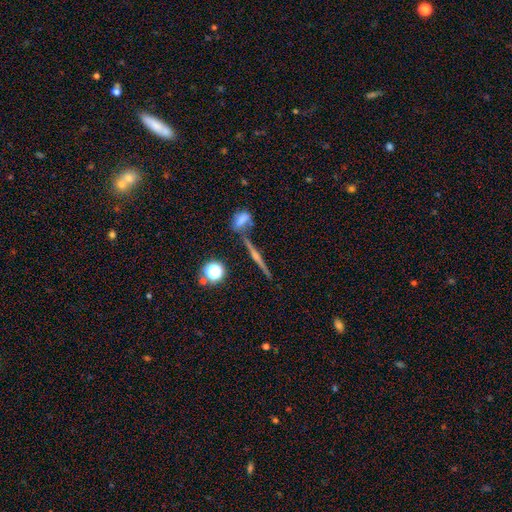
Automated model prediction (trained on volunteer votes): Q: Smooth or featured?
A: featured or disk (69%); runner-up: smooth (18%)
Q: Edge-on disk?
A: yes (96%); runner-up: no (4%)
Q: Edge-on bulge?
A: rounded (82%); runner-up: none (11%)
Q: Merging?
A: none (78%); runner-up: merger (10%)